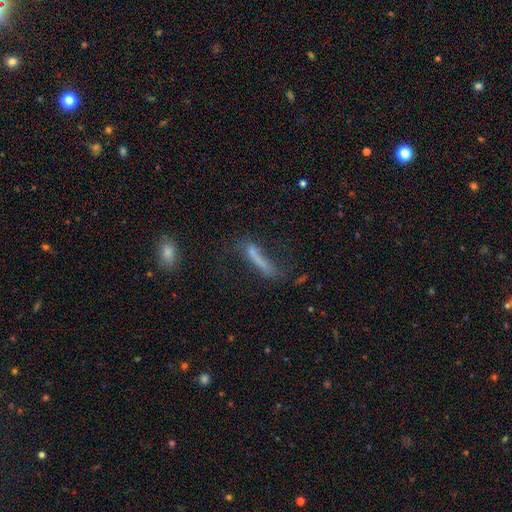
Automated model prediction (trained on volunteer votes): smooth 49%, featured or disk 34%, star or artifact 17%. Down the decision tree: merging — none (46%).